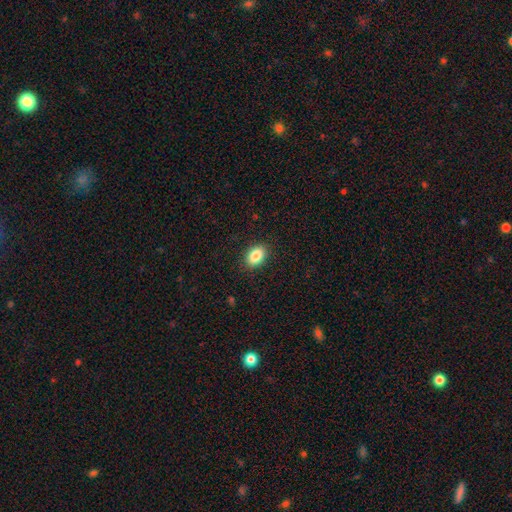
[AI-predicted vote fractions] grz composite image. It shows a smooth galaxy with no disk features (86%) that is in between round and cigar-shaped (86%). Merging: none (89%).